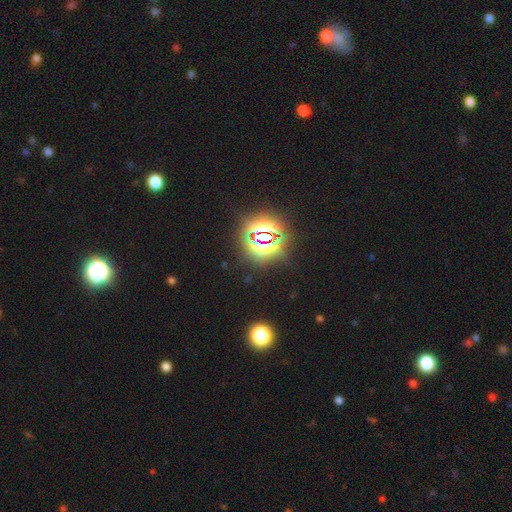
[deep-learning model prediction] Smooth or featured? star or artifact (80%)